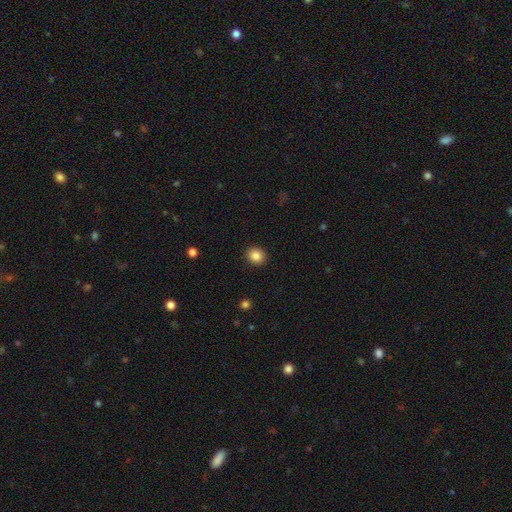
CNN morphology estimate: Smooth or featured: smooth — 86% (star or artifact — 10%)
How rounded: round — 78% (in between — 22%)
Merging: none — 91% (minor disturbance — 6%)